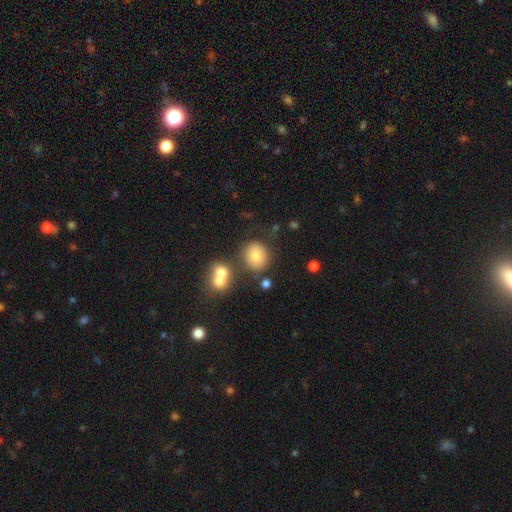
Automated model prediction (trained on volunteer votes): Smooth or featured? Predicted: smooth (p=0.77). How rounded? Predicted: round (p=0.65). Merging? Predicted: none (p=0.68).